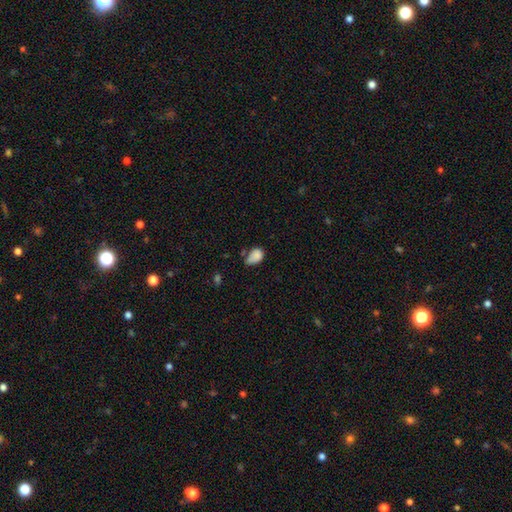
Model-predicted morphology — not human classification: type=smooth (82%); roundness=in between (79%); merging=minor disturbance (38%).